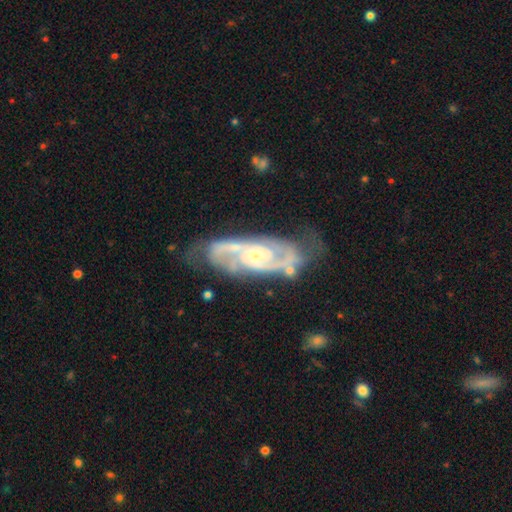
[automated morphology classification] A featured or disk galaxy (90%) with no bar (59%), 2 (69%) tight (53%) spiral arms (97%) and a small central bulge (69%). Merging: none (68%).